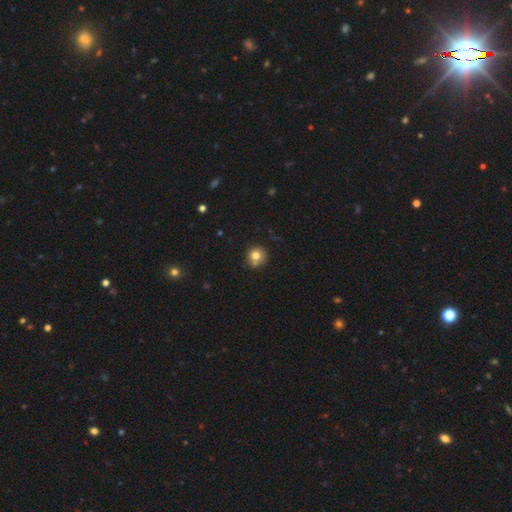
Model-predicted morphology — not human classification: This is likely a smooth galaxy (78%). How rounded: clearly round (91%). Merging: likely none (75%).